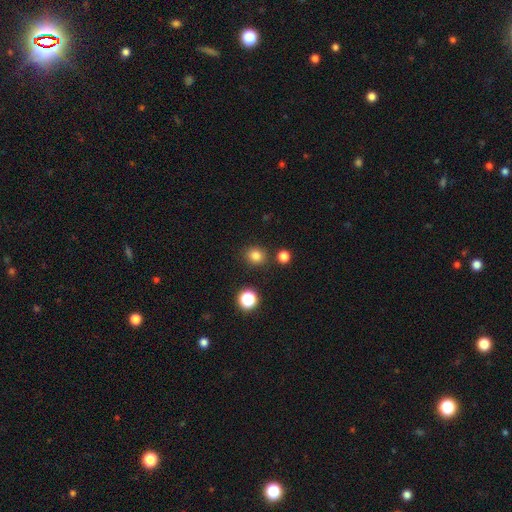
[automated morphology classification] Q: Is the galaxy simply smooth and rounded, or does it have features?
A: smooth — 81%.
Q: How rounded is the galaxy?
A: round — 79%.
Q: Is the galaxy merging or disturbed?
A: none — 85%.